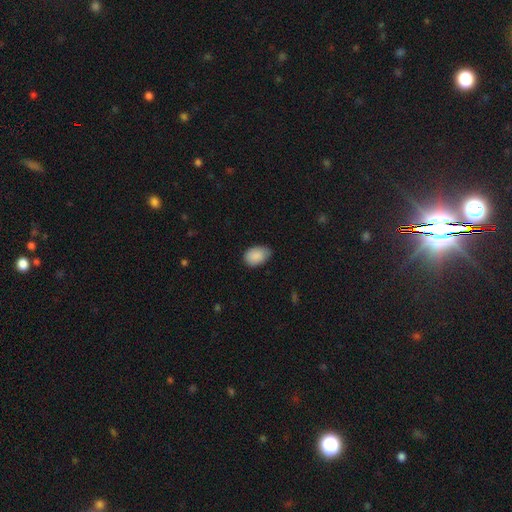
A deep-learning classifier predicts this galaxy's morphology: smooth-or-featured: smooth: 89% | star or artifact: 7% | featured or disk: 4%
  how-rounded: in between: 88% | round: 11% | cigar-shaped: 1%
  merging: none: 68% | minor disturbance: 27% | major disturbance: 4% | merger: 1%